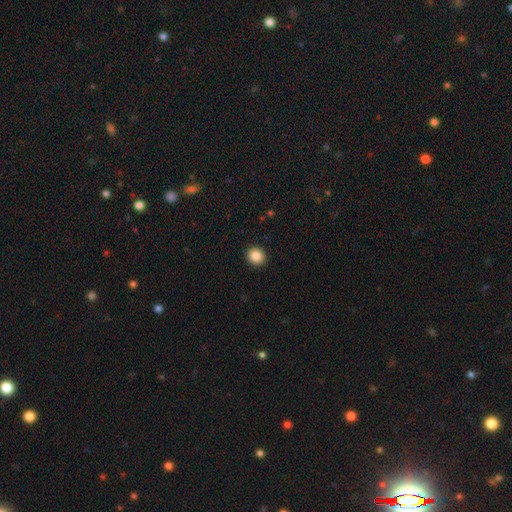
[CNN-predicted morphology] smooth_or_featured: smooth (p=0.87) [alt: star or artifact p=0.09]
how_rounded: round (p=0.82) [alt: in between p=0.17]
merging: none (p=0.92) [alt: minor disturbance p=0.05]